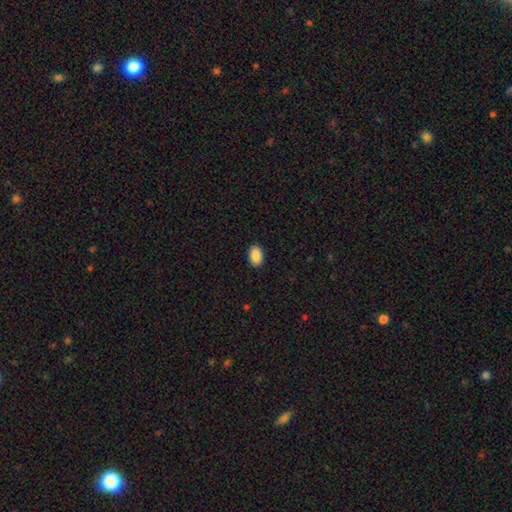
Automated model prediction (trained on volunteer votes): smooth 89%, star or artifact 7%, featured or disk 4%. Down the decision tree: how rounded — in between (90%); merging — none (90%).